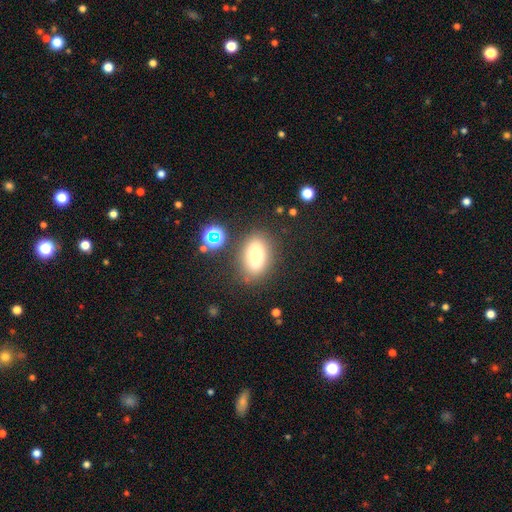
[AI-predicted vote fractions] smooth 75%, featured or disk 14%, star or artifact 12%. Down the decision tree: how rounded — in between (83%); merging — none (78%).